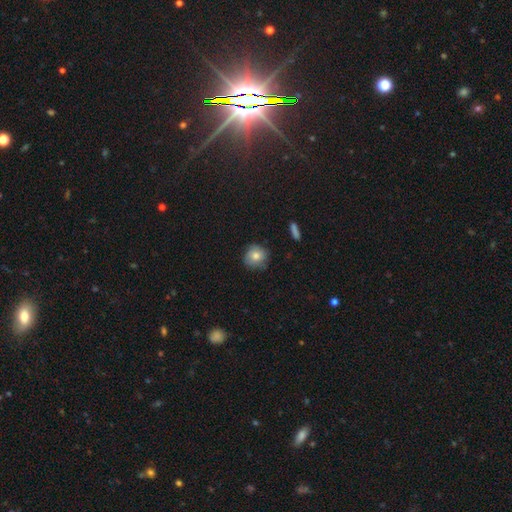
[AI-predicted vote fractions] smooth_or_featured: smooth (p=0.78) [alt: featured or disk p=0.13]
how_rounded: round (p=0.87) [alt: in between p=0.12]
merging: none (p=0.75) [alt: minor disturbance p=0.19]